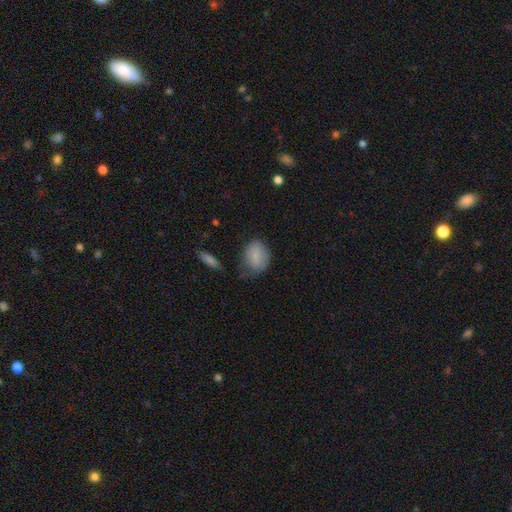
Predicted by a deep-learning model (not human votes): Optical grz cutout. It shows a smooth galaxy with no disk features (83%) that is in between round and cigar-shaped (60%). Merging: none (59%).